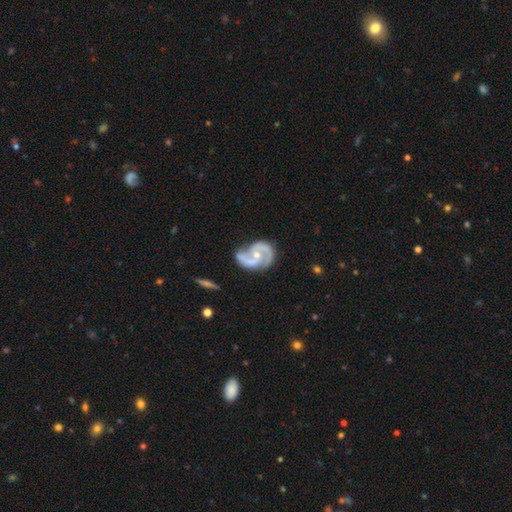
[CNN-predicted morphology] The model was most divided on "bulge size": moderate: 51%, small: 44%, none: 2%, large: 2%, dominant: 1%. More confident: edge-on disk — no (98%); spiral arms — yes (96%); smooth or featured — featured or disk (88%); spiral arm count — 2 (88%); bar — no (55%); spiral winding — medium (54%); merging — none (53%).